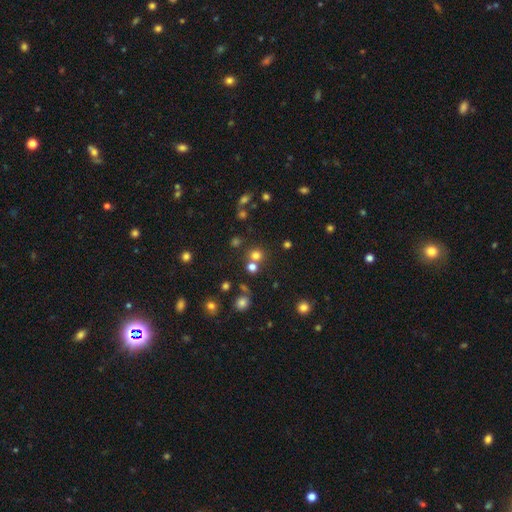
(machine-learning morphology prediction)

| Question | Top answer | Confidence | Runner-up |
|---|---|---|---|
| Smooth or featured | smooth | 70% | star or artifact (22%) |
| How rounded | round | 87% | in between (12%) |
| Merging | none | 64% | merger (25%) |